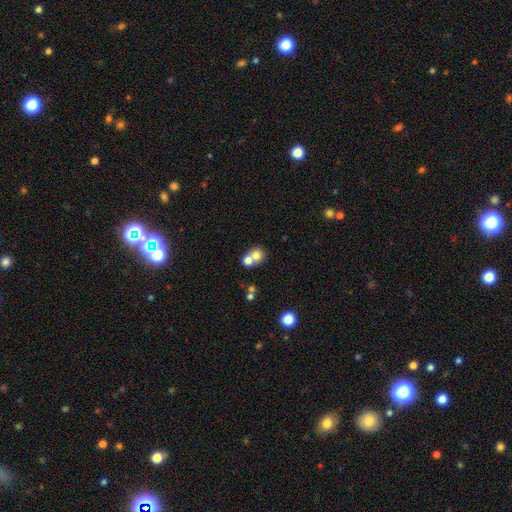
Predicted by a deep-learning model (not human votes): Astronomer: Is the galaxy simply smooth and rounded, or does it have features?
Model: smooth — 72%.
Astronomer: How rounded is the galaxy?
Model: round — 81%.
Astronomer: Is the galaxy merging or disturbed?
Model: merger — 53% (runner-up: none, 39%).